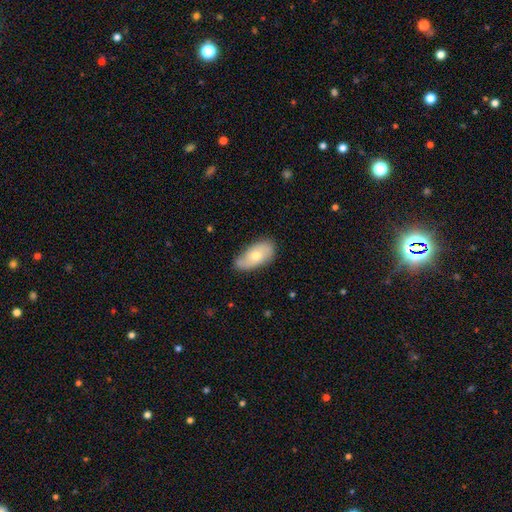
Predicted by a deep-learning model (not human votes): Smooth or featured? Predicted: smooth (p=0.59). How rounded? Predicted: in between (p=0.91). Merging? Predicted: none (p=0.68).